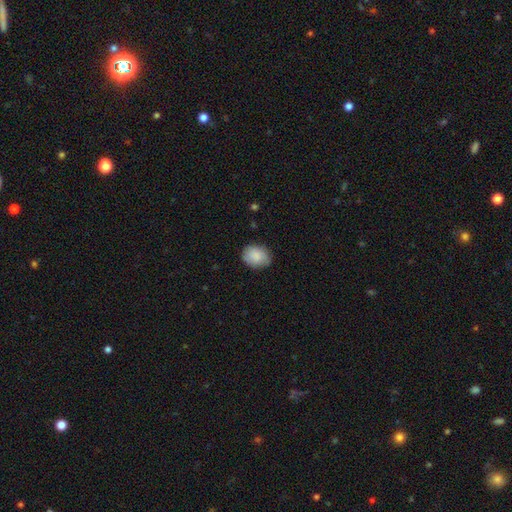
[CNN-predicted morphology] Q: Smooth or featured?
A: smooth (86%); runner-up: featured or disk (7%)
Q: How rounded?
A: in between (53%); runner-up: round (46%)
Q: Merging?
A: none (78%); runner-up: minor disturbance (18%)